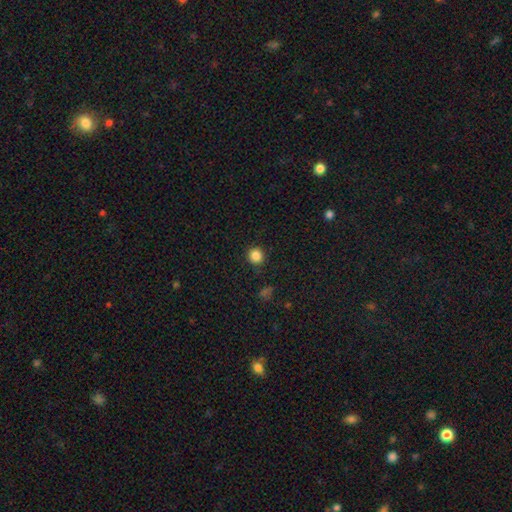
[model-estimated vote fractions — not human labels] This appears to be a smooth galaxy with no disk features (85%) that is round (92%). Merging: none (90%).